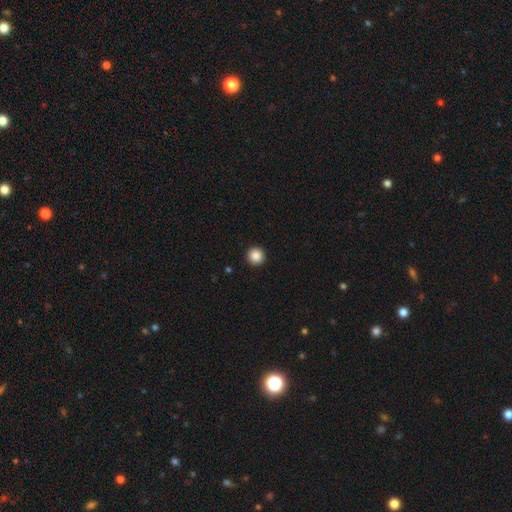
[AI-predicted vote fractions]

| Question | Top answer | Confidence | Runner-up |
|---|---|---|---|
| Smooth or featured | smooth | 88% | star or artifact (9%) |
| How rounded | round | 96% | in between (3%) |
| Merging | none | 94% | minor disturbance (4%) |